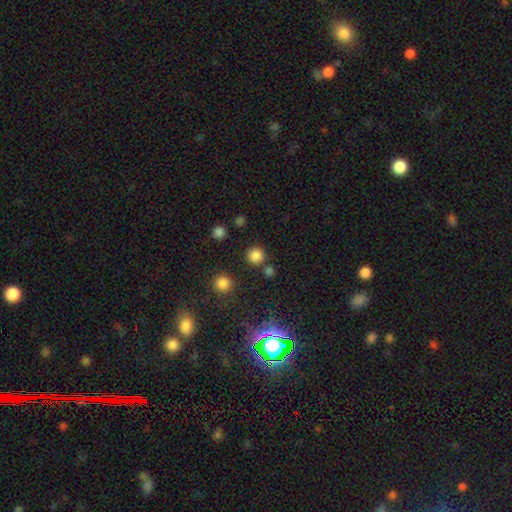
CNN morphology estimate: Smooth or featured?
  - smooth: 80% *
  - star or artifact: 16%
  - featured or disk: 4%
How rounded?
  - round: 93% *
  - in between: 6%
  - cigar-shaped: 1%
Merging?
  - none: 81% *
  - merger: 8%
  - minor disturbance: 7%
  - major disturbance: 3%